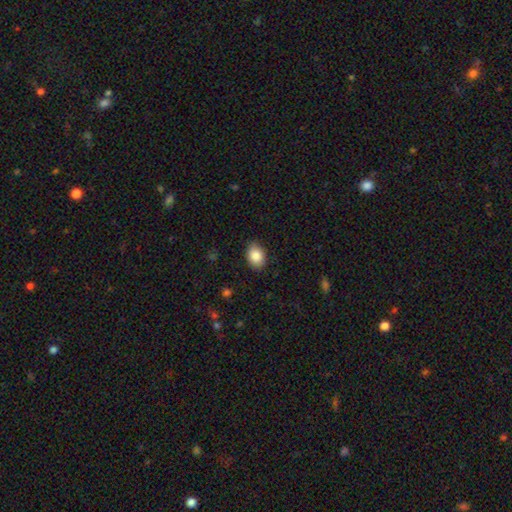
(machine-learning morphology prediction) Smooth or featured: smooth — 86% (star or artifact — 8%)
How rounded: in between — 77% (round — 22%)
Merging: none — 87% (minor disturbance — 10%)